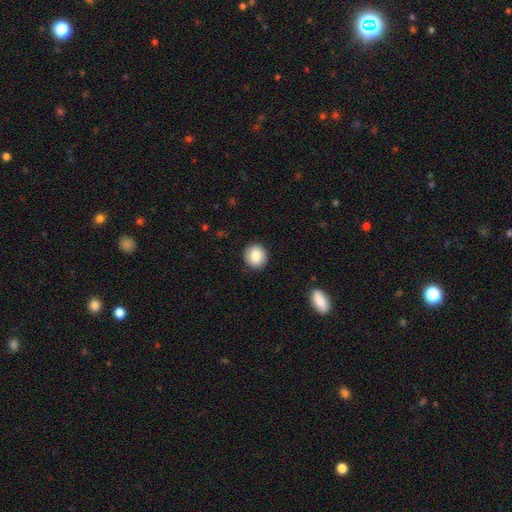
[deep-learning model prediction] The model was most divided on "smooth or featured": smooth: 85%, star or artifact: 8%, featured or disk: 7%. More confident: merging — none (90%); how rounded — round (89%).